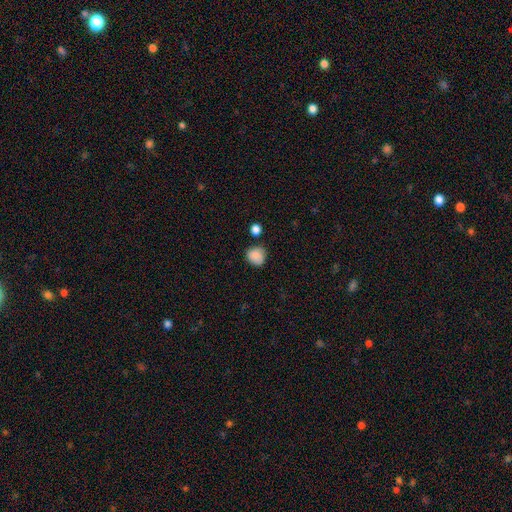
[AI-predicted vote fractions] Morphology: type=smooth (87%); roundness=round (85%); merging=none (77%).